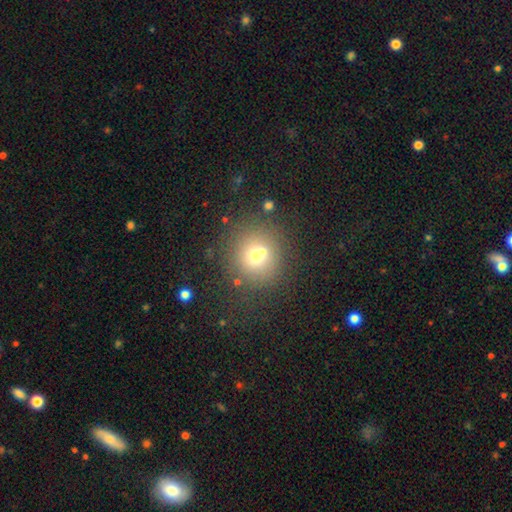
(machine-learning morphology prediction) Overall: smooth (66%). How rounded: round (90%). Merging: none (62%; merger 23%).